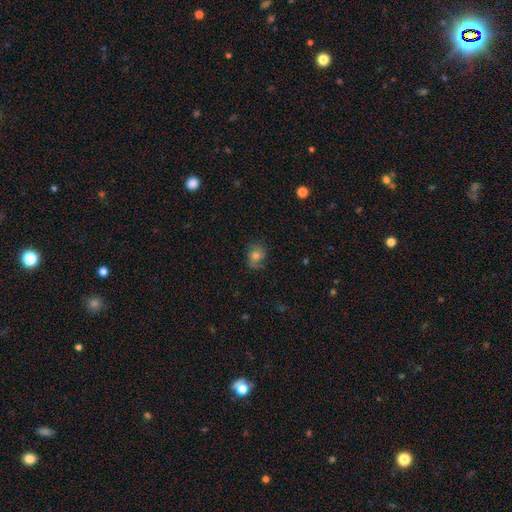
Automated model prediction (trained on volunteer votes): Morphology: type=smooth (58%); roundness=round (62%); merging=none (68%).